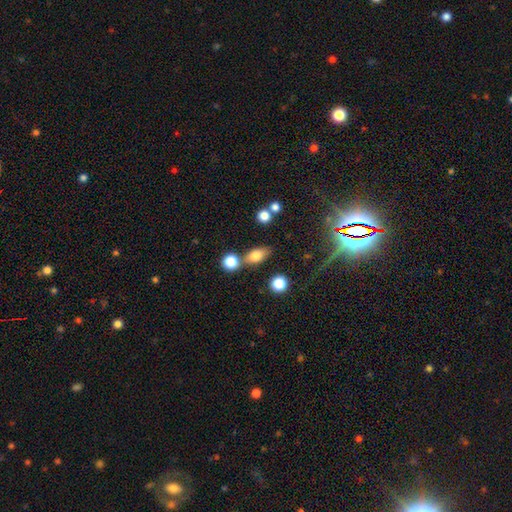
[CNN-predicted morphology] The model was most divided on "merging": none: 64%, merger: 19%, minor disturbance: 12%, major disturbance: 4%. More confident: smooth or featured — smooth (76%); how rounded — in between (74%).